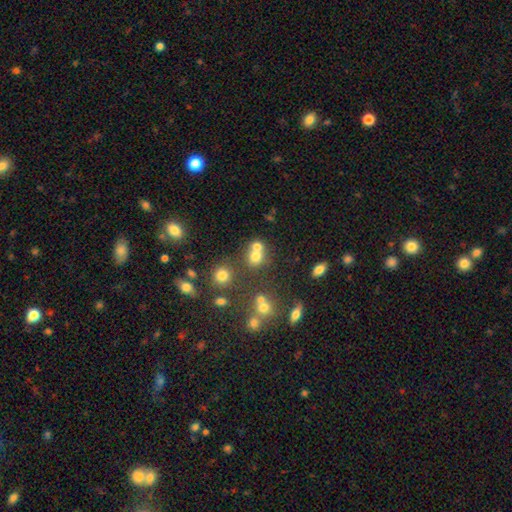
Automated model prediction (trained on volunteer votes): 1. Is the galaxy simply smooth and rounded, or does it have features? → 68% smooth, 17% star or artifact, 15% featured or disk.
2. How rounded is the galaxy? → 75% round, 23% in between, 1% cigar-shaped.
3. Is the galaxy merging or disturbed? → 47% merger, 40% none, 8% minor disturbance, 4% major disturbance.